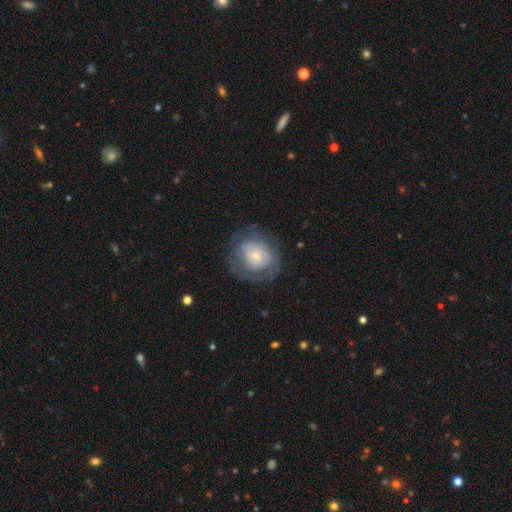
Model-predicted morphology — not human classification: type=featured or disk (56%); edge-on=no (97%); bar=no (81%); spiral arms=yes (67%); bulge=small (63%); merging=none (69%).